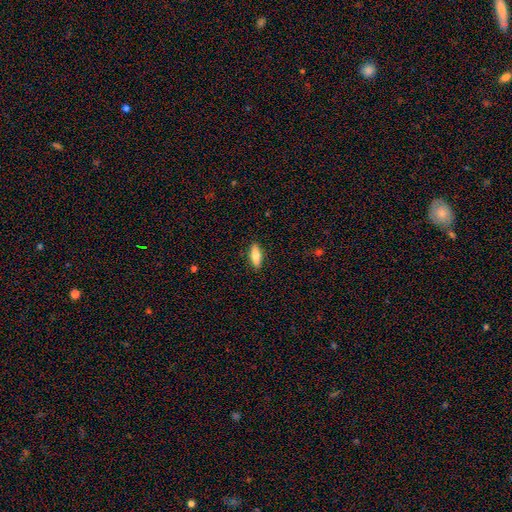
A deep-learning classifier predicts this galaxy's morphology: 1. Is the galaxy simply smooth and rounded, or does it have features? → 71% smooth, 23% featured or disk, 6% star or artifact.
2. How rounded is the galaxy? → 62% in between, 36% cigar-shaped, 2% round.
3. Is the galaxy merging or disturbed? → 89% none, 8% minor disturbance, 2% major disturbance, 1% merger.